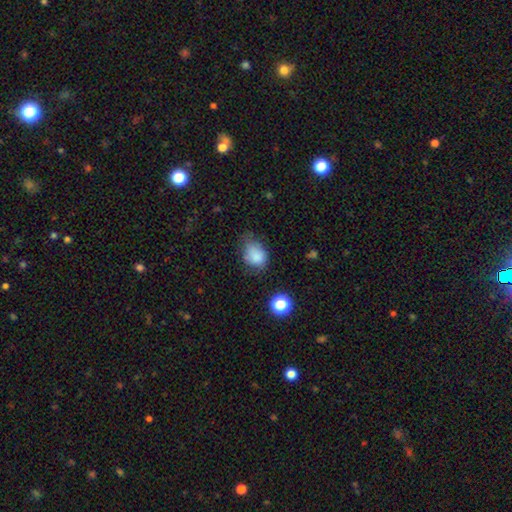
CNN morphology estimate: A smooth galaxy with no disk features (81%) that is in between round and cigar-shaped (61%). Merging: none (44%).